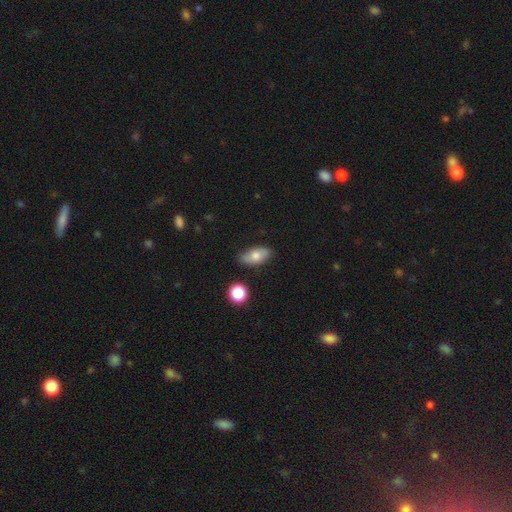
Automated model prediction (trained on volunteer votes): A smooth galaxy with no disk features (73%) that is in between round and cigar-shaped (88%).

Vote fractions:
- Smooth or featured? smooth: 73% / featured or disk: 20% / star or artifact: 8%
- How rounded? in between: 88% / cigar-shaped: 6% / round: 6%
- Merging? none: 81% / minor disturbance: 14% / major disturbance: 3% / merger: 3%